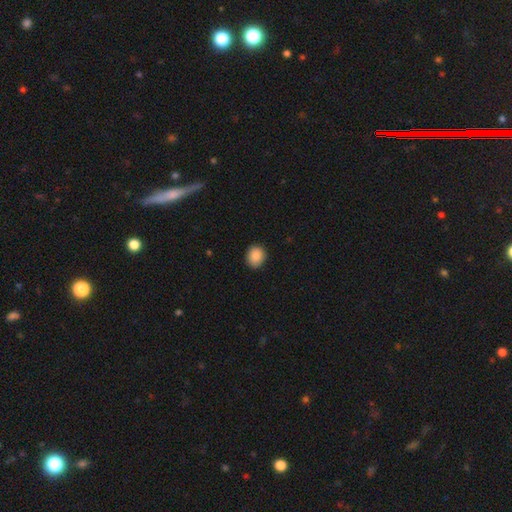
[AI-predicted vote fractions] Smooth or featured?
  - smooth: 89% *
  - star or artifact: 8%
  - featured or disk: 3%
How rounded?
  - round: 65% *
  - in between: 34%
  - cigar-shaped: 1%
Merging?
  - none: 88% *
  - minor disturbance: 9%
  - major disturbance: 2%
  - merger: 1%